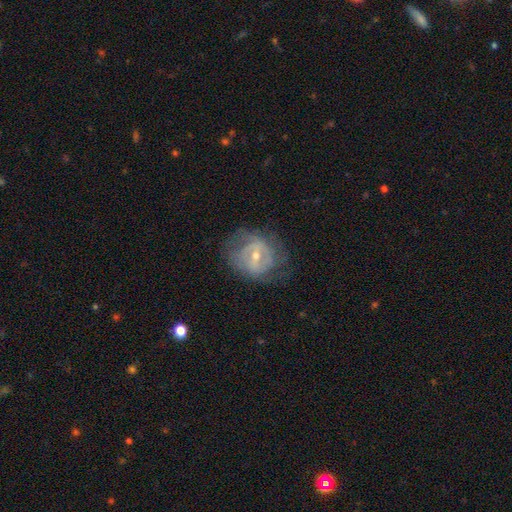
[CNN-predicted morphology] featured or disk 75%, smooth 17%, star or artifact 8%. Down the decision tree: edge-on disk — no (96%); bar — weak (47%); spiral arms — yes (72%); spiral arm count — 2 (43%); spiral winding — tight (47%); bulge size — small (52%); merging — none (64%).